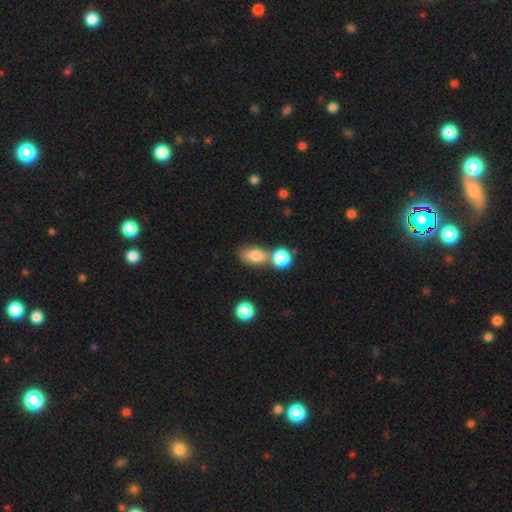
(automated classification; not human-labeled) smooth_or_featured: smooth (p=0.78) [alt: star or artifact p=0.11]
how_rounded: in between (p=0.81) [alt: round p=0.16]
merging: none (p=0.50) [alt: merger p=0.33]